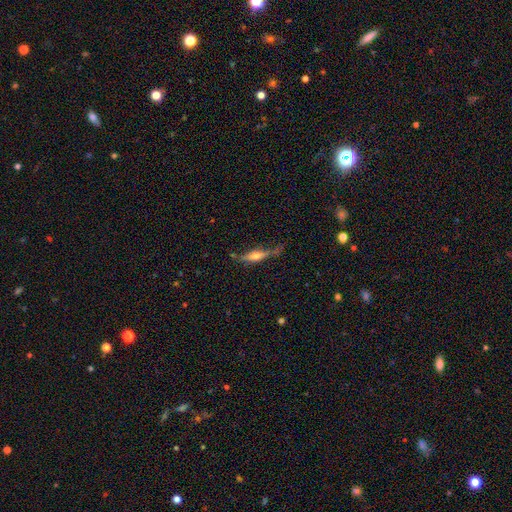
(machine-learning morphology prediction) featured or disk 60%, smooth 32%, star or artifact 7%. Down the decision tree: edge-on disk — yes (91%); edge-on bulge — rounded (83%); merging — none (58%).